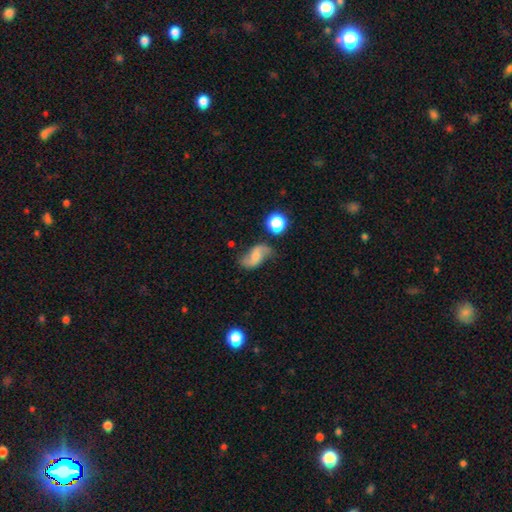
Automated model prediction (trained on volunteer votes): The model was most divided on "bulge size": small: 40%, moderate: 35%, none: 16%, large: 6%, dominant: 2%. Remaining: edge-on disk — no (96%); spiral arms — yes (90%); spiral arm count — 2 (90%); spiral winding — loose (73%); merging — none (63%); smooth or featured — featured or disk (60%); bar — no (47%).